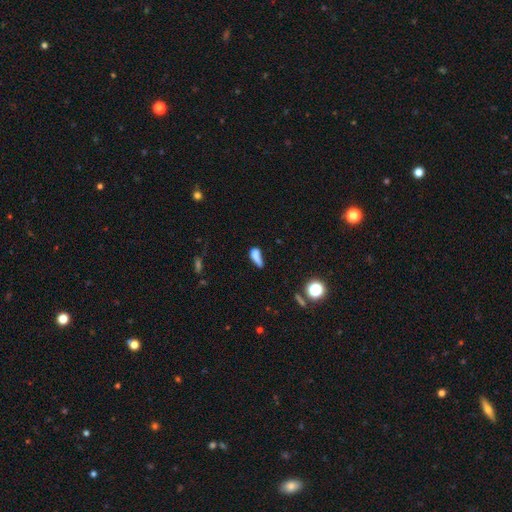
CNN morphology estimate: Smooth or featured?
  - smooth: 70% *
  - featured or disk: 17%
  - star or artifact: 13%
How rounded?
  - in between: 60% *
  - cigar-shaped: 32%
  - round: 7%
Merging?
  - none: 33% *
  - minor disturbance: 28%
  - major disturbance: 22%
  - merger: 18%